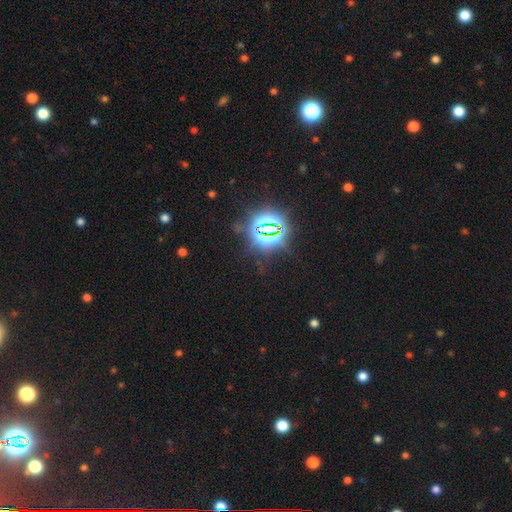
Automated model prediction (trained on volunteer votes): A star or artifact, not a galaxy (85%).

Vote fractions:
- Smooth or featured? star or artifact: 85% / smooth: 9% / featured or disk: 6%